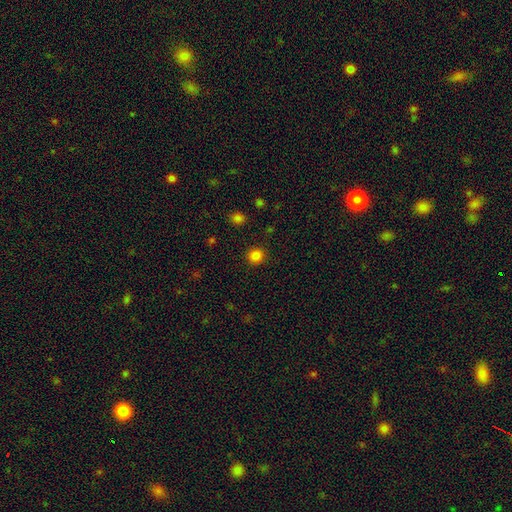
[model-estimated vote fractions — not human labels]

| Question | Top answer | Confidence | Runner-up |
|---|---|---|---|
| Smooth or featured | smooth | 84% | star or artifact (13%) |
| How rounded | round | 91% | in between (8%) |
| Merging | none | 92% | minor disturbance (5%) |